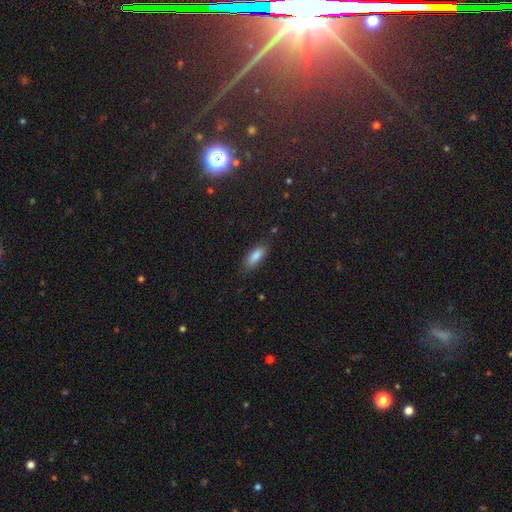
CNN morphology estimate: This is clearly a smooth galaxy (83%). How rounded: likely in between (72%). Merging: likely none (80%).